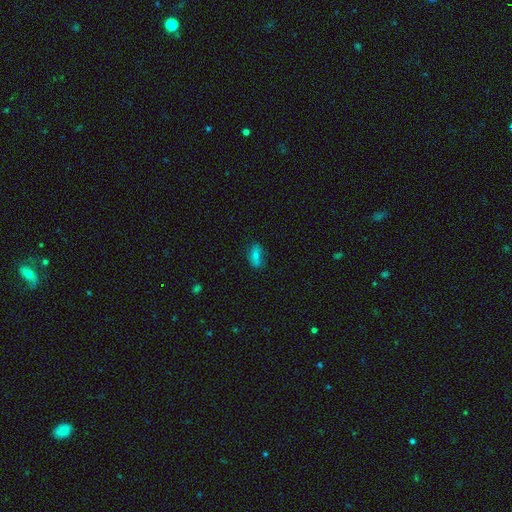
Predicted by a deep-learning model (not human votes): Smooth or featured? Predicted: smooth (p=0.69). How rounded? Predicted: in between (p=0.80). Merging? Predicted: none (p=0.75).